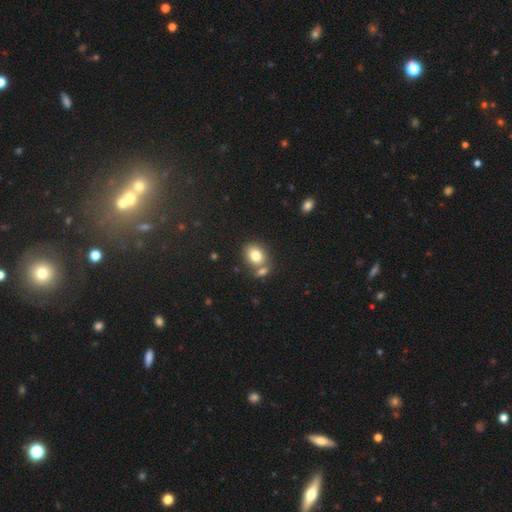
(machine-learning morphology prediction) smooth 80%, featured or disk 10%, star or artifact 10%. Down the decision tree: how rounded — in between (56%); merging — none (55%).